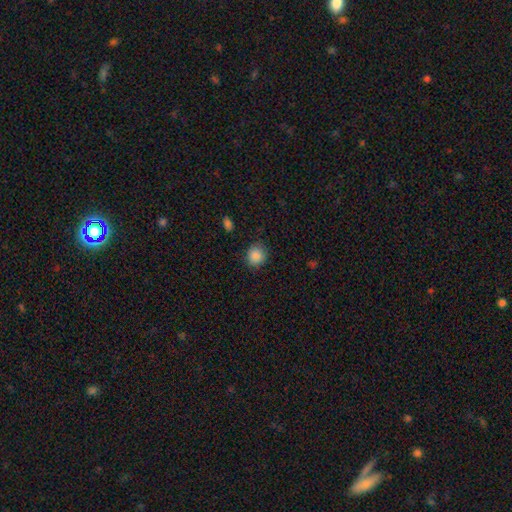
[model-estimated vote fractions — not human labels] Q: Smooth or featured?
A: smooth (88%); runner-up: star or artifact (9%)
Q: How rounded?
A: round (78%); runner-up: in between (21%)
Q: Merging?
A: none (84%); runner-up: minor disturbance (11%)